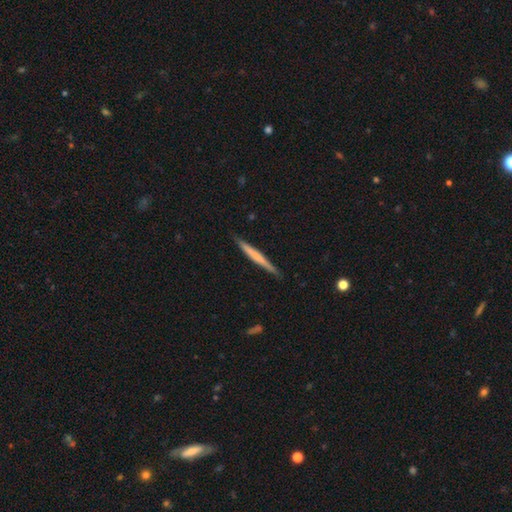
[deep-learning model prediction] Morphology: type=smooth (50%); roundness=cigar-shaped (97%); merging=none (89%).